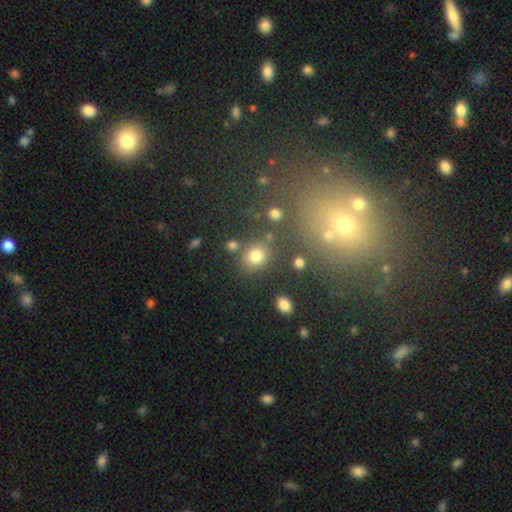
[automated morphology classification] Smooth or featured?
  - smooth: 77% *
  - star or artifact: 15%
  - featured or disk: 8%
How rounded?
  - round: 67% *
  - in between: 32%
  - cigar-shaped: 1%
Merging?
  - none: 72% *
  - minor disturbance: 12%
  - merger: 10%
  - major disturbance: 6%